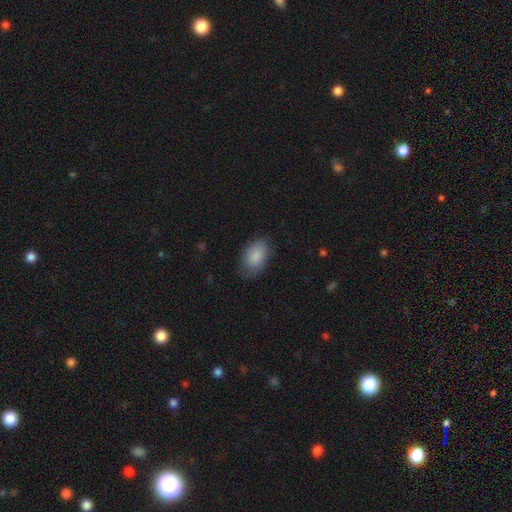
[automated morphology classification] smooth-or-featured: smooth: 87% | star or artifact: 7% | featured or disk: 6%
  how-rounded: in between: 92% | round: 6% | cigar-shaped: 2%
  merging: none: 76% | minor disturbance: 18% | major disturbance: 5% | merger: 1%